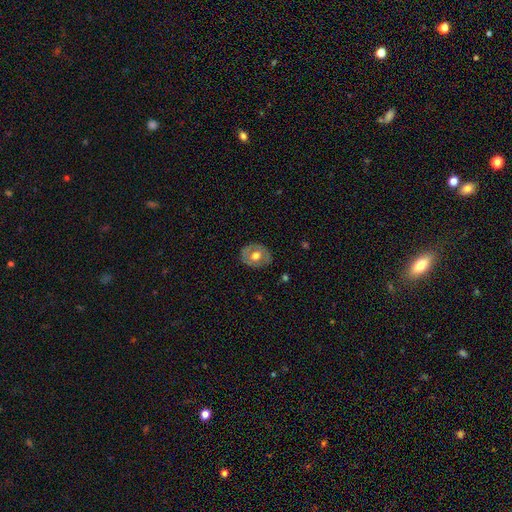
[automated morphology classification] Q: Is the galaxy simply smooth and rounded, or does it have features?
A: smooth — 49%.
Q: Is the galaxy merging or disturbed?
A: none — 80%.